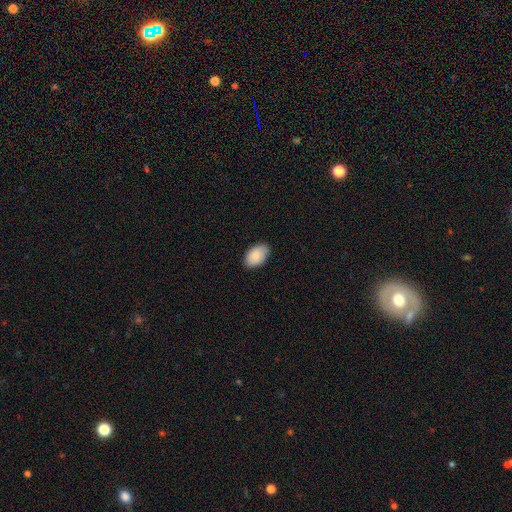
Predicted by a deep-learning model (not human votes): Smooth or featured? smooth (86%)
How rounded? in between (93%)
Merging? none (85%)